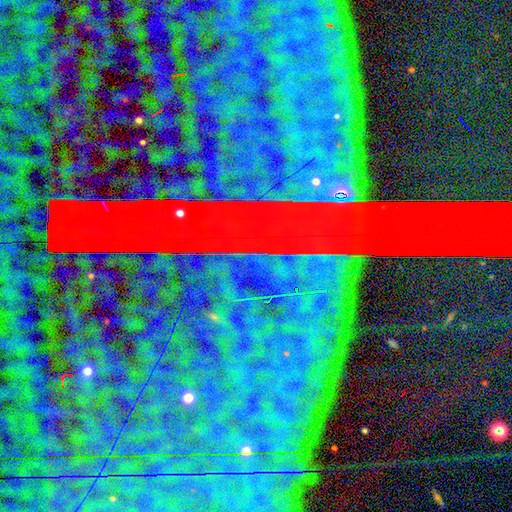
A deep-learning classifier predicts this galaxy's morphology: A star or artifact, not a galaxy (87%).

Vote fractions:
- Smooth or featured? star or artifact: 87% / featured or disk: 8% / smooth: 6%